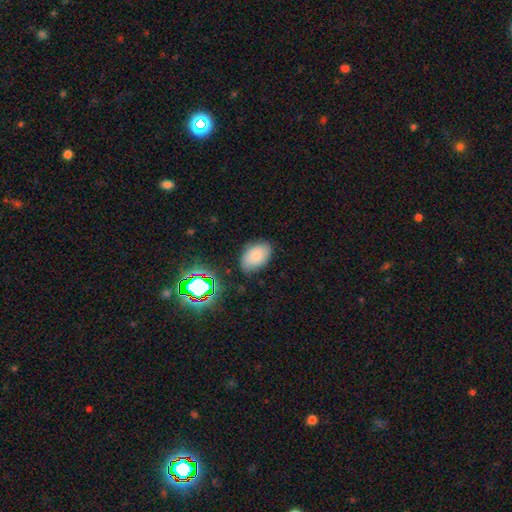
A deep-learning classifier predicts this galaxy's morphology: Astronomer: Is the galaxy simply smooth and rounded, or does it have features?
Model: smooth — 78%.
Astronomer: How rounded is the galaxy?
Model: in between — 88%.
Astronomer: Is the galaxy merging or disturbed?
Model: none — 77%.